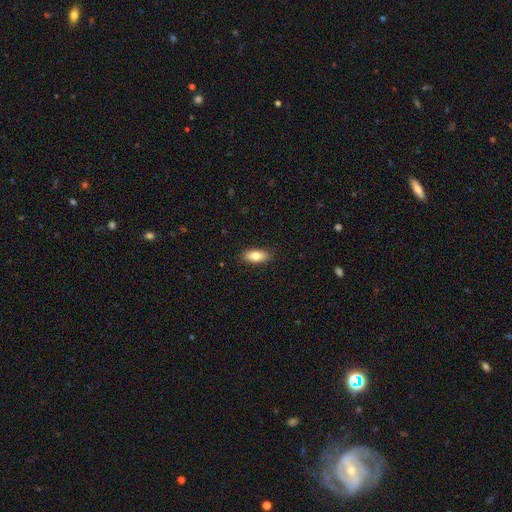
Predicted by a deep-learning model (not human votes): Q: Smooth or featured?
A: smooth (80%); runner-up: featured or disk (13%)
Q: How rounded?
A: in between (85%); runner-up: cigar-shaped (13%)
Q: Merging?
A: none (87%); runner-up: minor disturbance (10%)